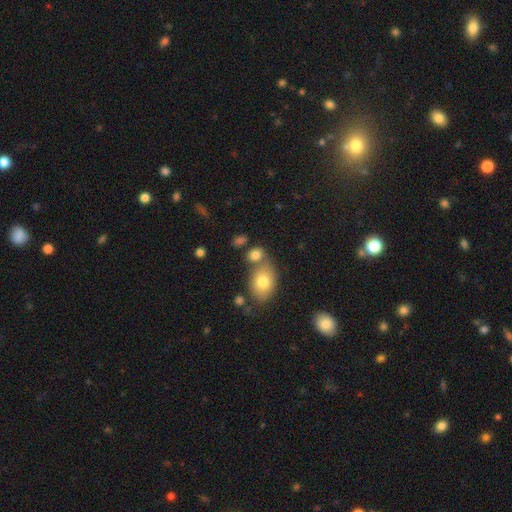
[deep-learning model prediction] Smooth or featured? Predicted: smooth (p=0.77). How rounded? Predicted: in between (p=0.69). Merging? Predicted: none (p=0.55).